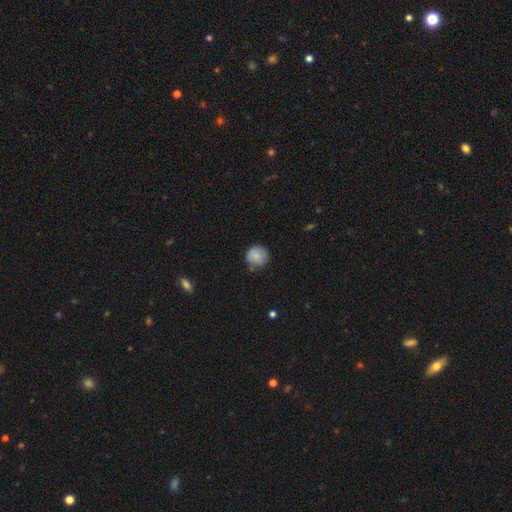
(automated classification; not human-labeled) This is likely a smooth galaxy (80%). How rounded: clearly round (92%). Merging: likely none (73%).